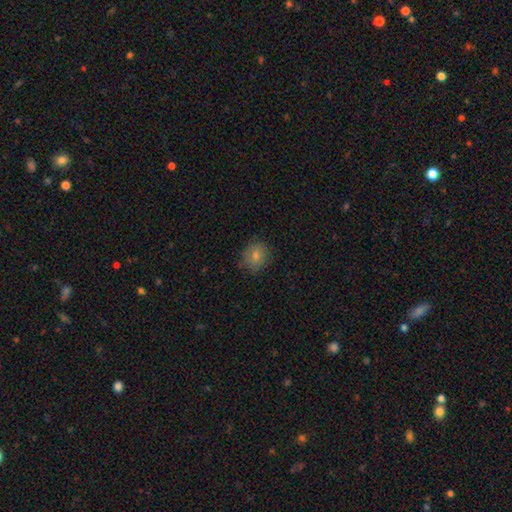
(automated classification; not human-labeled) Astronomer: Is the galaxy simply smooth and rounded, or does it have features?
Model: smooth — 80%.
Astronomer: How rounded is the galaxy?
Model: round — 63%.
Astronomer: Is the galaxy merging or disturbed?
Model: none — 77%.